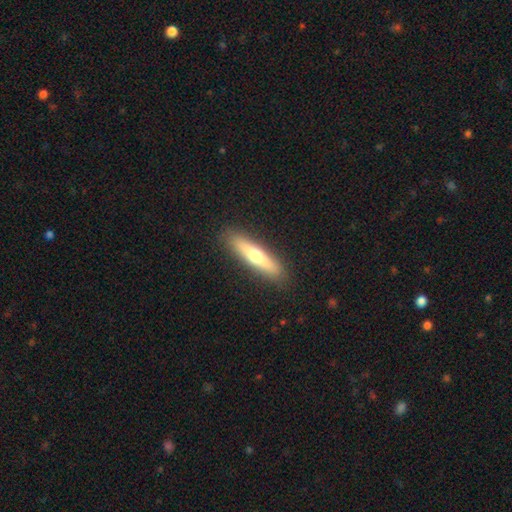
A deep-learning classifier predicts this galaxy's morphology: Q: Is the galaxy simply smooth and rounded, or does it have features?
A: smooth — 56%.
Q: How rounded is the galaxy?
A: cigar-shaped — 85%.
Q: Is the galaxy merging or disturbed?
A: none — 90%.